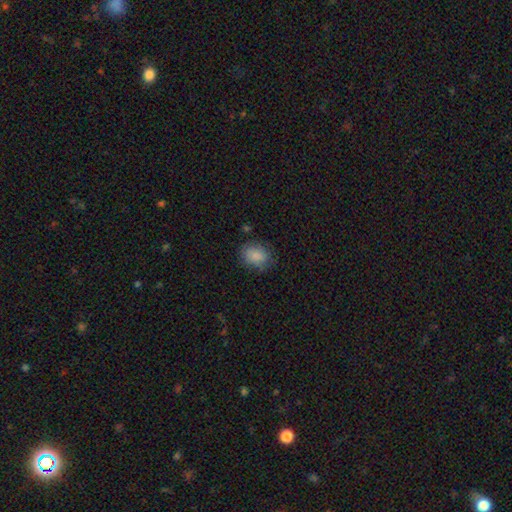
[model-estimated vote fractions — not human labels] A smooth galaxy with no disk features (85%) that is in between round and cigar-shaped (51%).

Vote fractions:
- Smooth or featured? smooth: 85% / star or artifact: 8% / featured or disk: 7%
- How rounded? in between: 51% / round: 48% / cigar-shaped: 1%
- Merging? none: 75% / minor disturbance: 18% / major disturbance: 5% / merger: 2%